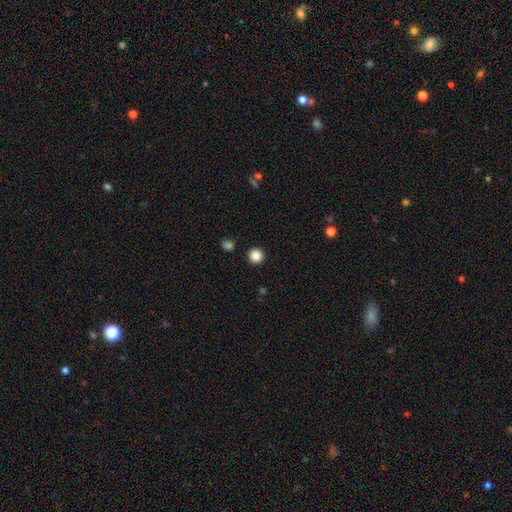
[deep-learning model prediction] Overall: smooth (87%). How rounded: round (95%). Merging: none (93%).